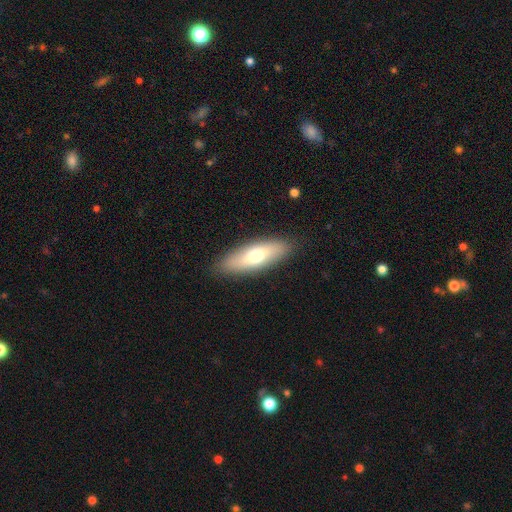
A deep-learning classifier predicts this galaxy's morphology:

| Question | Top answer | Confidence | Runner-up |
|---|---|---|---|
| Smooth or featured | smooth | 62% | featured or disk (32%) |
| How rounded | in between | 55% | cigar-shaped (42%) |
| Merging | none | 89% | minor disturbance (8%) |